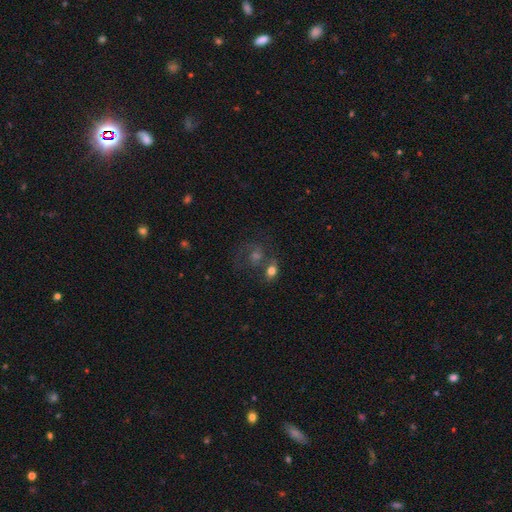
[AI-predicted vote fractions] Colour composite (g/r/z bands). It shows a featured or disk galaxy (47%). Merging: none (43%).